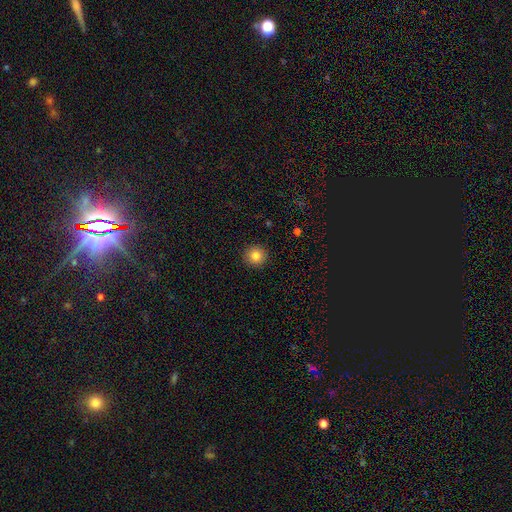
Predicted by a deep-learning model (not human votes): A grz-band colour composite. It shows a smooth galaxy with no disk features (85%) that is round (95%). Merging: none (92%).